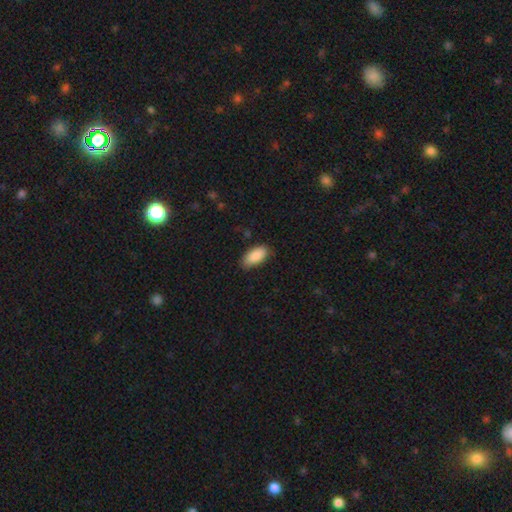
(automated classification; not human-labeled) smooth_or_featured: smooth (p=0.90) [alt: star or artifact p=0.06]
how_rounded: in between (p=0.92) [alt: cigar-shaped p=0.06]
merging: none (p=0.80) [alt: minor disturbance p=0.16]